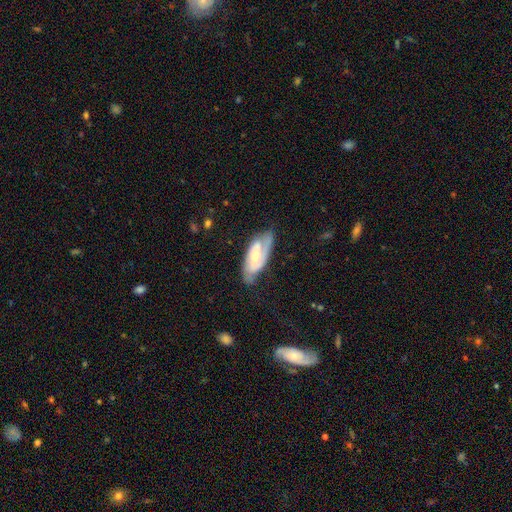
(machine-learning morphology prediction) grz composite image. It shows a featured or disk galaxy (73%) with a weak bar (42%), 2 (65%) tight (45%) spiral arms (90%) and a moderate central bulge (48%). Merging: none (62%).